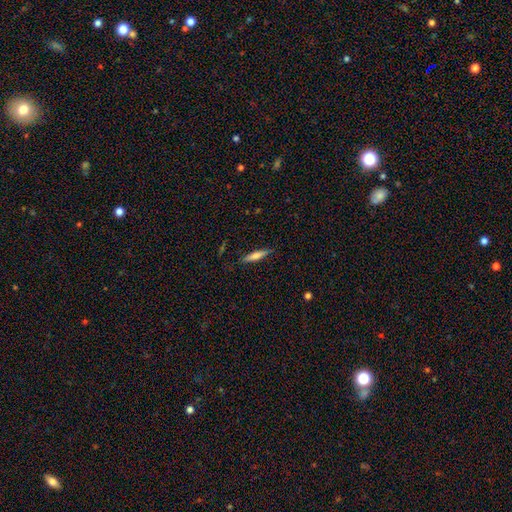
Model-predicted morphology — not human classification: type=smooth (64%); roundness=cigar-shaped (84%); merging=none (86%).